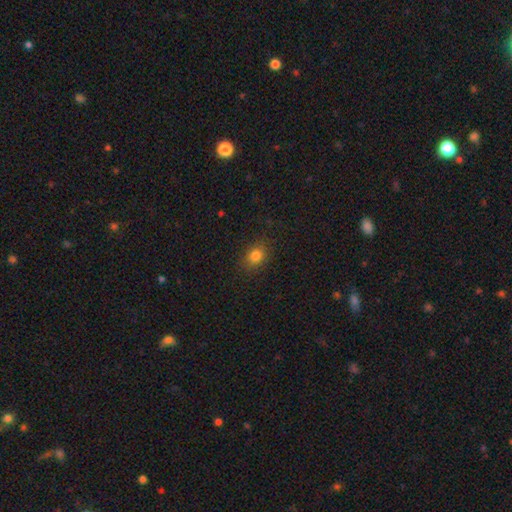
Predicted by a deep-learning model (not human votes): Morphology: type=smooth (81%); roundness=round (51%); merging=none (86%).